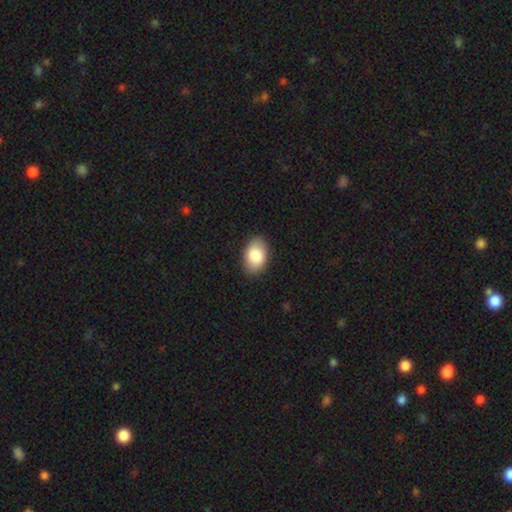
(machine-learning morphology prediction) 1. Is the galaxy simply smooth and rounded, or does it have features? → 86% smooth, 8% featured or disk, 7% star or artifact.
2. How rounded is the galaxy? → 88% in between, 11% round, 1% cigar-shaped.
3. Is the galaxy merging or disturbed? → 88% none, 9% minor disturbance, 2% major disturbance, 1% merger.